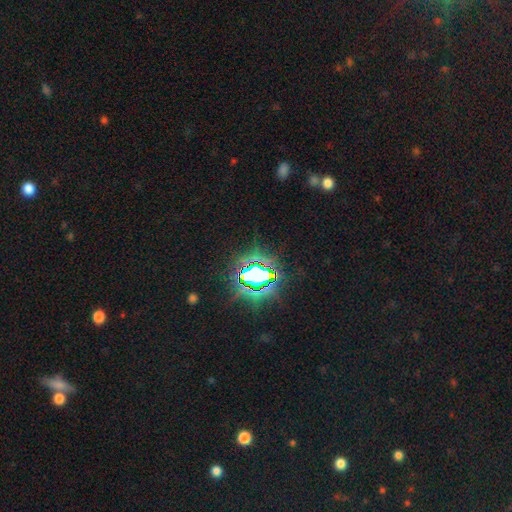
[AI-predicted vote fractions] Overall: star or artifact (81%).